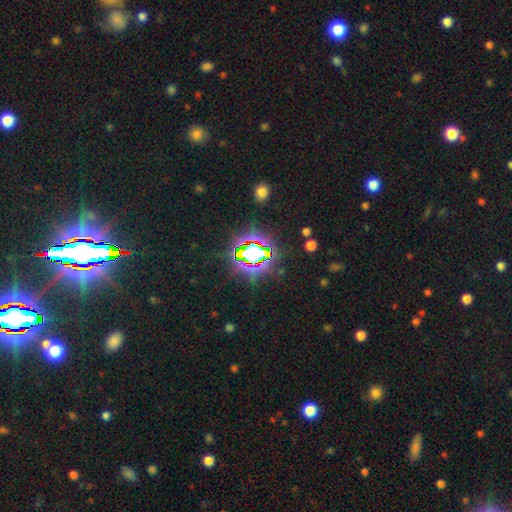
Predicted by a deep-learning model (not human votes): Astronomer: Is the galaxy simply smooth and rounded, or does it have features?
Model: star or artifact — 73%.